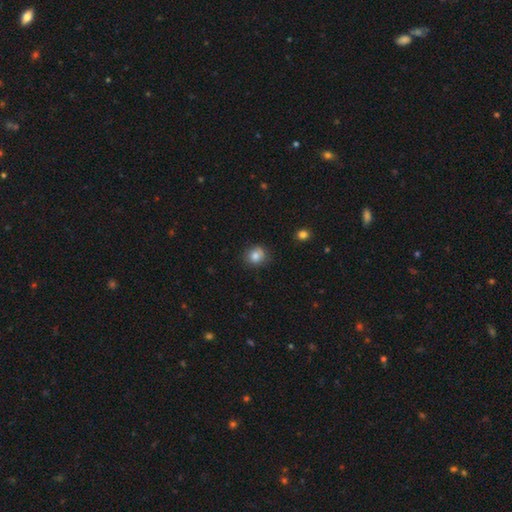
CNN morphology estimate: type=smooth (82%); roundness=round (80%); merging=none (75%).